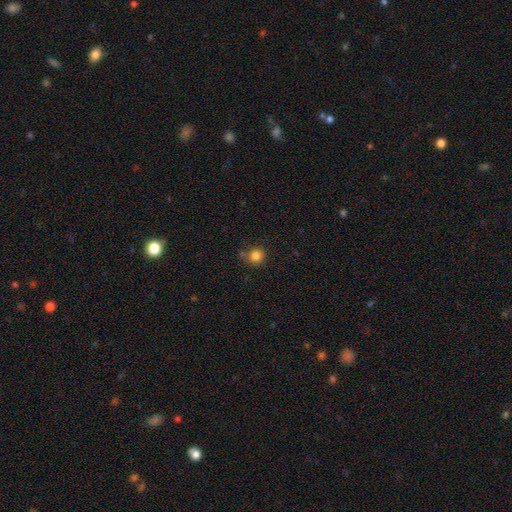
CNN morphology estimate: Smooth or featured?
  - smooth: 83% *
  - star or artifact: 12%
  - featured or disk: 5%
How rounded?
  - round: 92% *
  - in between: 7%
  - cigar-shaped: 1%
Merging?
  - none: 74% *
  - minor disturbance: 14%
  - merger: 8%
  - major disturbance: 4%